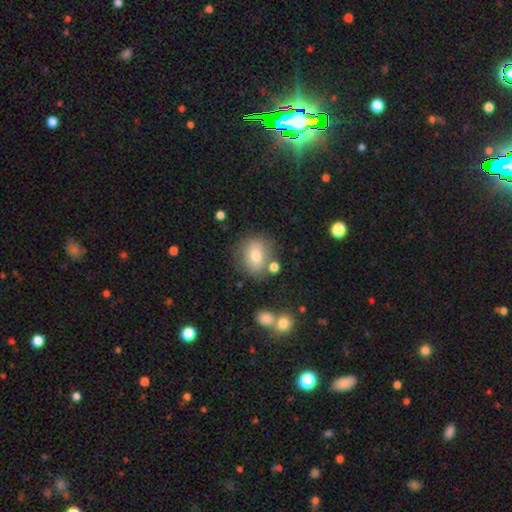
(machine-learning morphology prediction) smooth 73%, featured or disk 16%, star or artifact 11%. Down the decision tree: how rounded — round (64%); merging — none (72%).